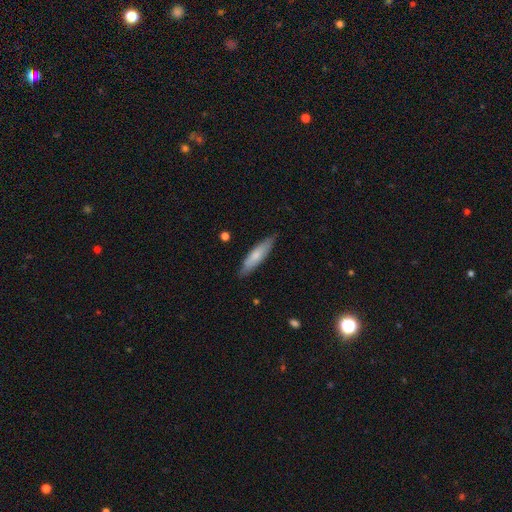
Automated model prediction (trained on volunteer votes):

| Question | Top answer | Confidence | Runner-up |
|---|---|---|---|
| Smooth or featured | smooth | 70% | featured or disk (24%) |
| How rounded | cigar-shaped | 76% | in between (23%) |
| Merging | none | 84% | minor disturbance (13%) |